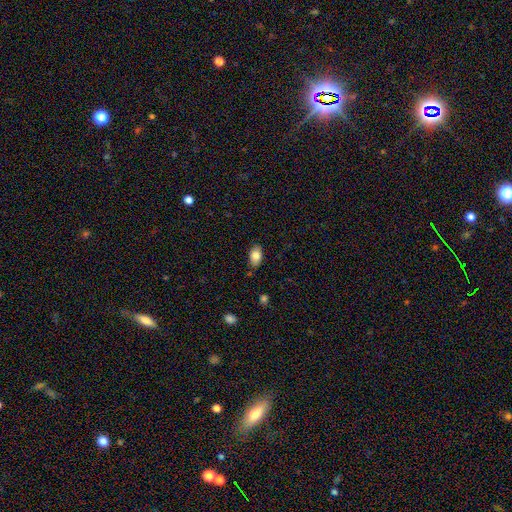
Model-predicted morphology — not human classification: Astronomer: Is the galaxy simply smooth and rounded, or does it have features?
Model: smooth — 82%.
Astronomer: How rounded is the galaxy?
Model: in between — 89%.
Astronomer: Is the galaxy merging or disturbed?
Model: none — 83%.